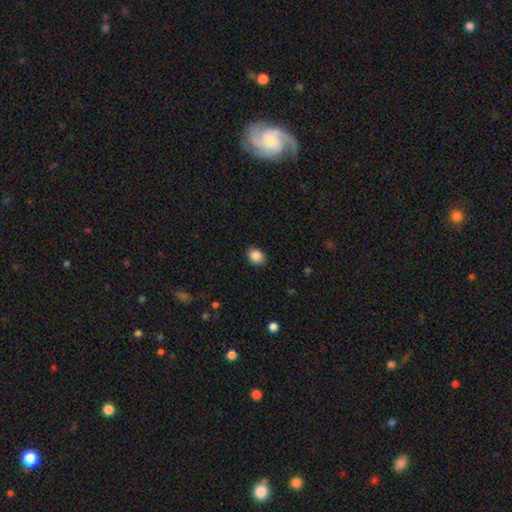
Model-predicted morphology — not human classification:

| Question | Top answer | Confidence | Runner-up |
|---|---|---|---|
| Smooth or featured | smooth | 87% | star or artifact (9%) |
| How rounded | in between | 62% | round (37%) |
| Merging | none | 87% | minor disturbance (10%) |